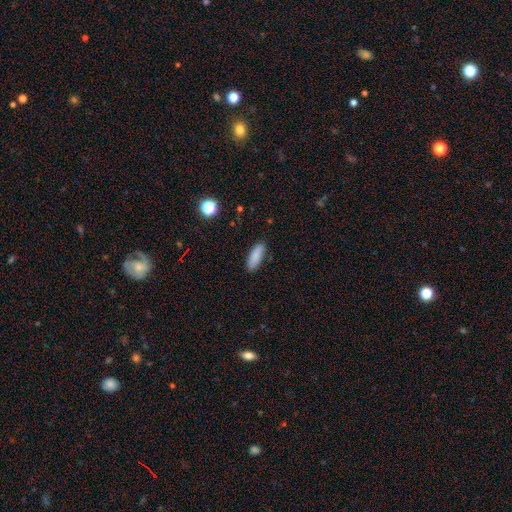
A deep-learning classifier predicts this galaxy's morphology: Q: Smooth or featured?
A: smooth (87%); runner-up: star or artifact (7%)
Q: How rounded?
A: in between (67%); runner-up: cigar-shaped (31%)
Q: Merging?
A: none (86%); runner-up: minor disturbance (11%)